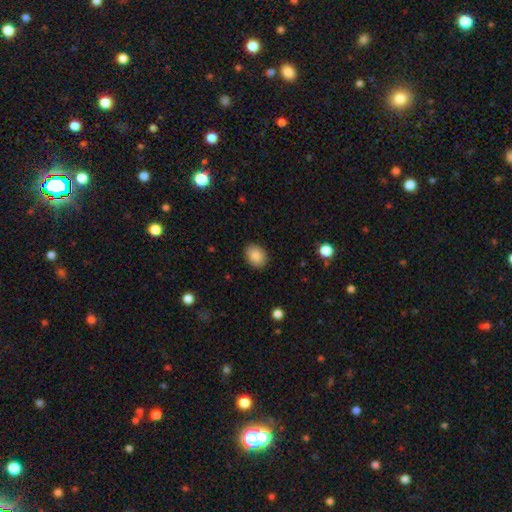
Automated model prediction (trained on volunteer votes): A smooth galaxy with no disk features (88%) that is in between round and cigar-shaped (67%). Merging: none (88%).